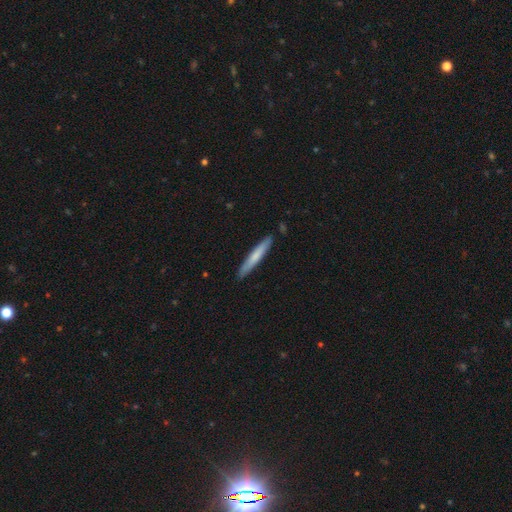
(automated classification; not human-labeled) This appears to be a smooth galaxy with no disk features (67%) that is cigar-shaped (95%). Merging: none (89%).